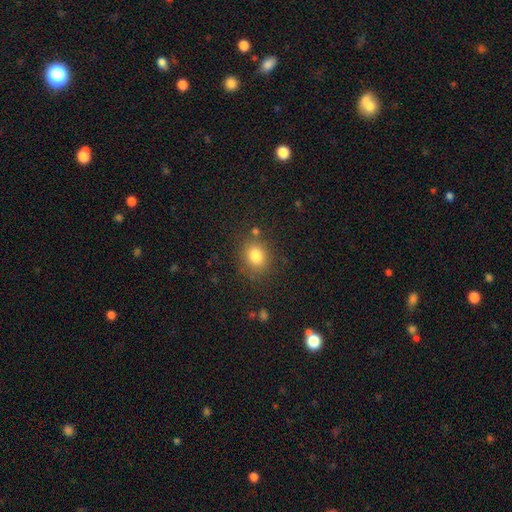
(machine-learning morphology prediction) smooth-or-featured: smooth: 81% | star or artifact: 11% | featured or disk: 7%
  how-rounded: round: 60% | in between: 39% | cigar-shaped: 1%
  merging: none: 79% | minor disturbance: 12% | major disturbance: 4% | merger: 4%